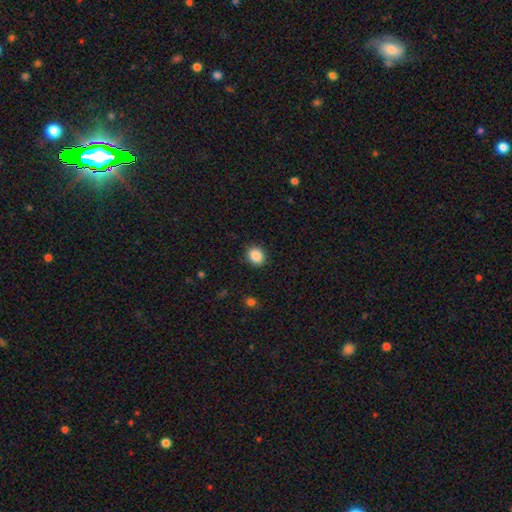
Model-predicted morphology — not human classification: smooth 88%, star or artifact 9%, featured or disk 4%. Down the decision tree: how rounded — round (63%); merging — none (89%).